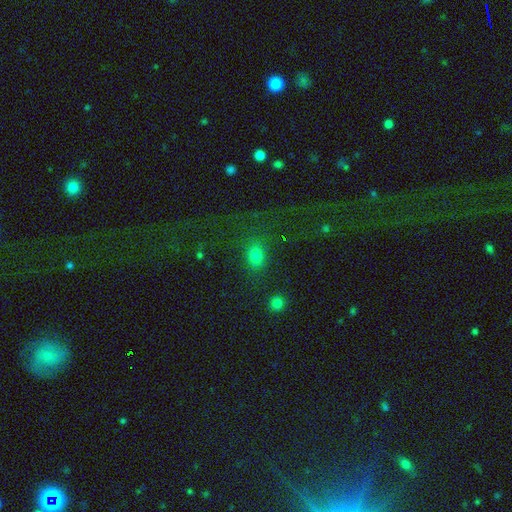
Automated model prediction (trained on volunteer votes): Morphology: type=smooth (77%); roundness=in between (56%); merging=none (81%).